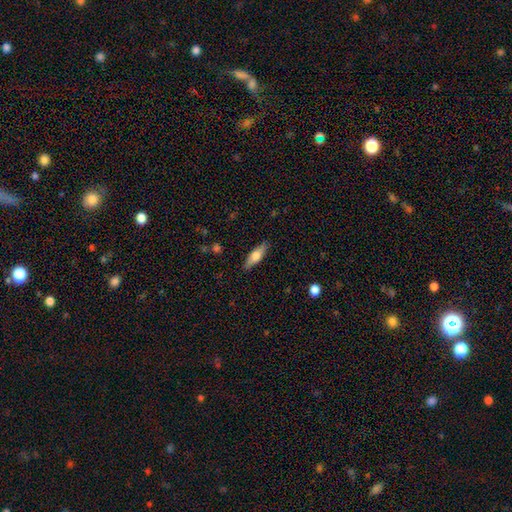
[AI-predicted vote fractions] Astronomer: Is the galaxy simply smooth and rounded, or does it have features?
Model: smooth — 58% (runner-up: featured or disk, 36%).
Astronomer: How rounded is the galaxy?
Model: cigar-shaped — 51% (runner-up: in between, 46%).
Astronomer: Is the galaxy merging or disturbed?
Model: none — 88%.